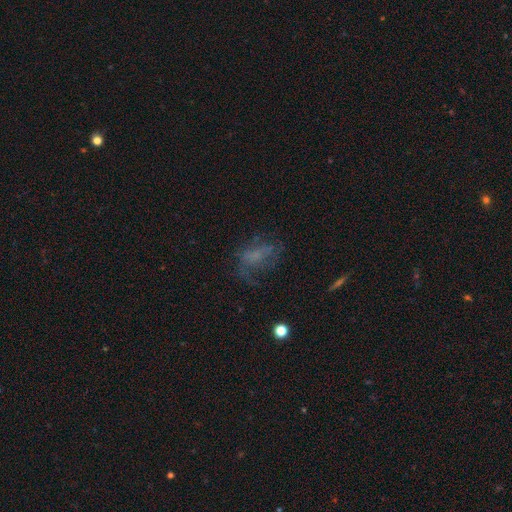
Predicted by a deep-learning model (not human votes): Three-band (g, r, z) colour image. It shows a featured or disk galaxy (42%). Merging: none (44%).